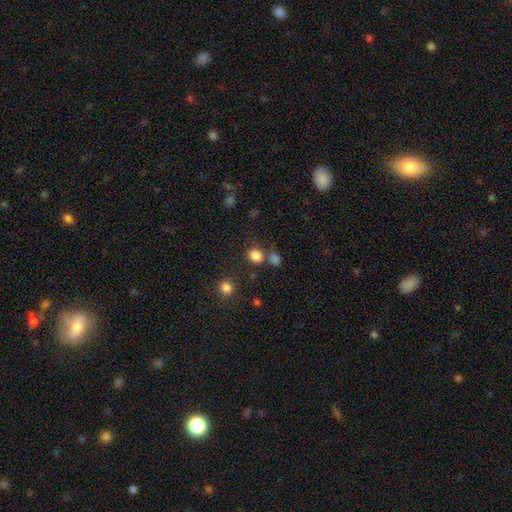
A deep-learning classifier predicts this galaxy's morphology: Q: Smooth or featured?
A: smooth (83%); runner-up: star or artifact (13%)
Q: How rounded?
A: round (72%); runner-up: in between (27%)
Q: Merging?
A: none (68%); runner-up: merger (18%)